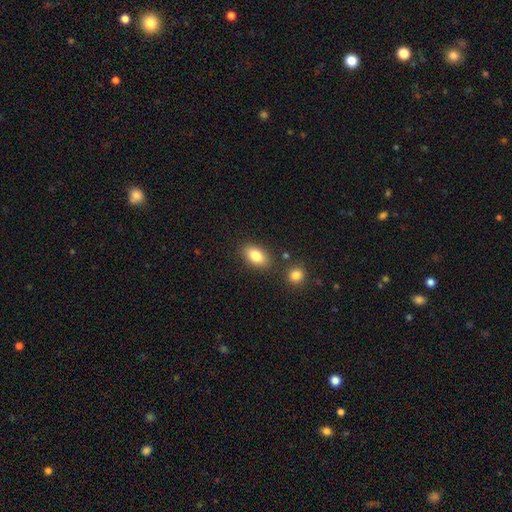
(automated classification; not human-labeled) The model was most divided on "merging": none: 81%, minor disturbance: 11%, merger: 6%, major disturbance: 3%. More confident: how rounded — in between (89%); smooth or featured — smooth (84%).